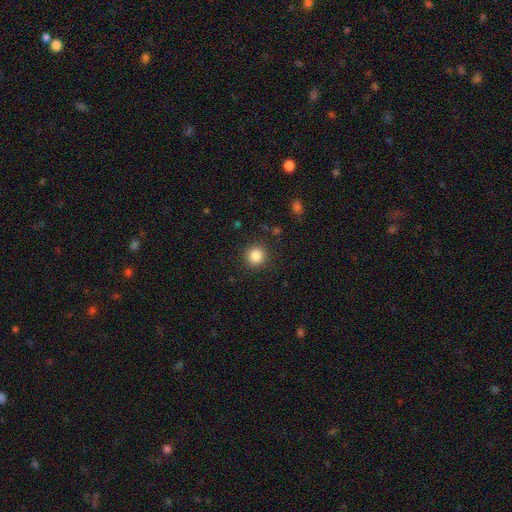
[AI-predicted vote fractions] smooth-or-featured: smooth: 85% | star or artifact: 10% | featured or disk: 4%
  how-rounded: round: 94% | in between: 5% | cigar-shaped: 1%
  merging: none: 90% | minor disturbance: 6% | major disturbance: 3% | merger: 1%